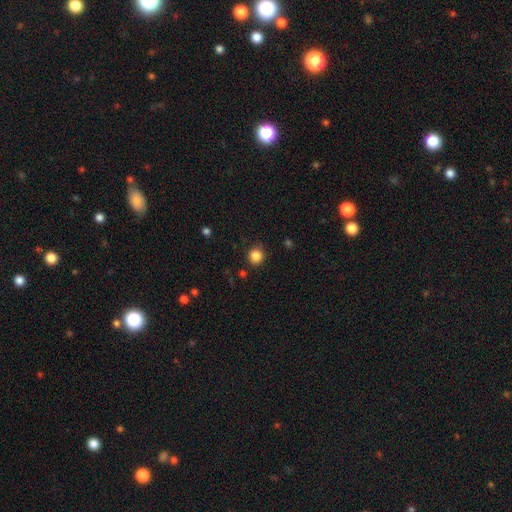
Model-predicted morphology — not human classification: smooth_or_featured: smooth (p=0.85) [alt: star or artifact p=0.11]
how_rounded: round (p=0.90) [alt: in between p=0.09]
merging: none (p=0.87) [alt: minor disturbance p=0.09]